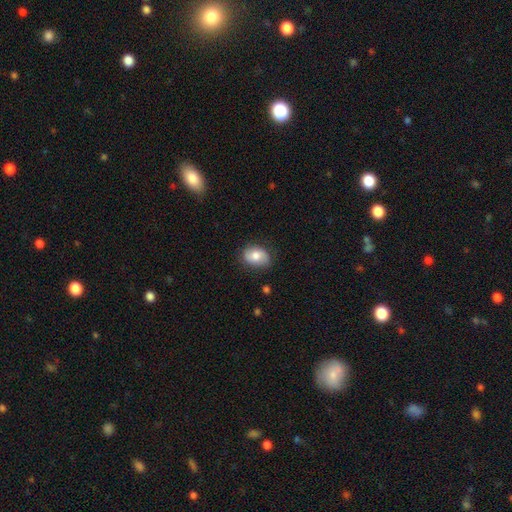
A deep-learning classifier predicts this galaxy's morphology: smooth-or-featured: smooth: 68% | featured or disk: 25% | star or artifact: 8%
  how-rounded: in between: 72% | round: 27% | cigar-shaped: 1%
  merging: none: 78% | minor disturbance: 17% | major disturbance: 4% | merger: 1%